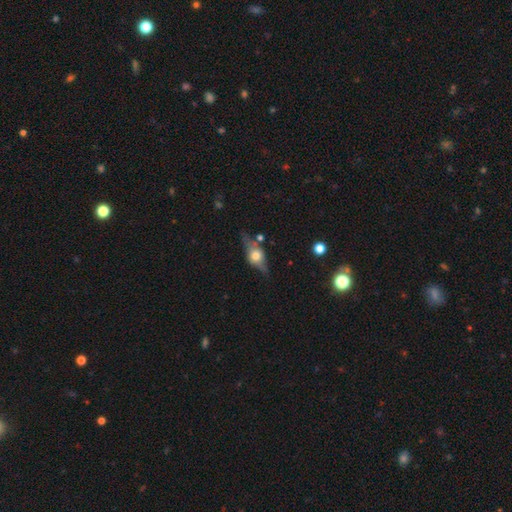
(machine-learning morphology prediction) smooth_or_featured: featured or disk (p=0.61) [alt: smooth p=0.32]
disk_edge_on: yes (p=0.85) [alt: no p=0.15]
edge_on_bulge: rounded (p=0.93) [alt: boxy p=0.05]
merging: none (p=0.67) [alt: minor disturbance p=0.21]